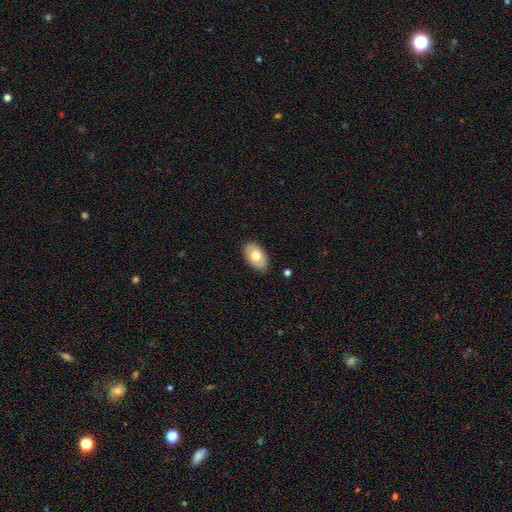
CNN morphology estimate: Smooth or featured: smooth — 70% (featured or disk — 24%)
How rounded: in between — 93% (round — 6%)
Merging: none — 86% (minor disturbance — 11%)